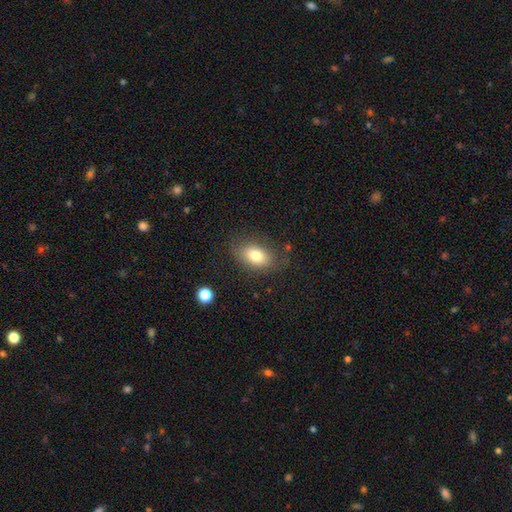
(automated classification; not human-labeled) smooth_or_featured: smooth (p=0.78) [alt: featured or disk p=0.13]
how_rounded: in between (p=0.87) [alt: round p=0.12]
merging: none (p=0.77) [alt: minor disturbance p=0.16]